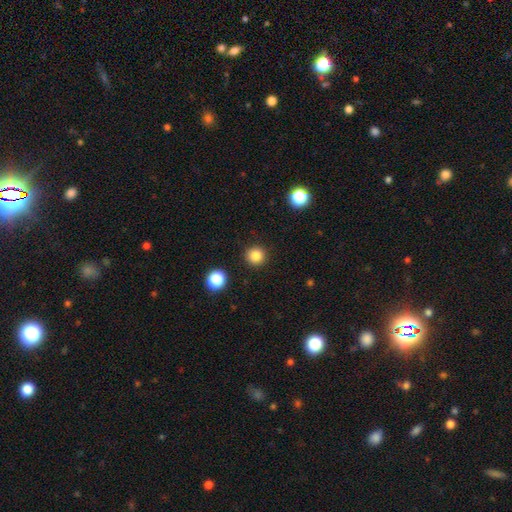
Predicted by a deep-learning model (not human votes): smooth-or-featured: smooth: 84% | star or artifact: 12% | featured or disk: 4%
  how-rounded: round: 94% | in between: 5% | cigar-shaped: 1%
  merging: none: 91% | minor disturbance: 5% | major disturbance: 2% | merger: 2%